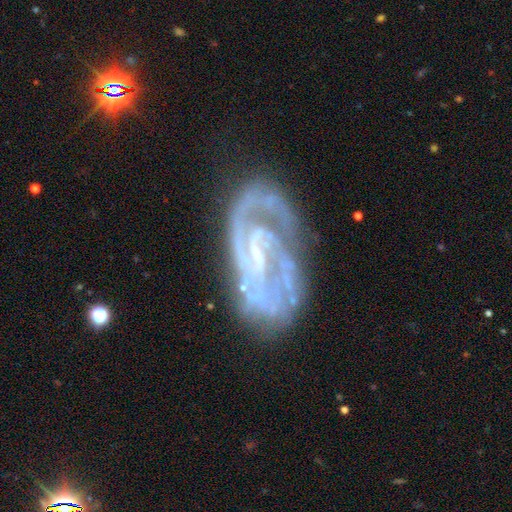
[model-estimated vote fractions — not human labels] Smooth or featured?
  - featured or disk: 86% *
  - smooth: 7%
  - star or artifact: 6%
Edge-on disk?
  - no: 96% *
  - yes: 4%
Bar?
  - weak: 44% *
  - no: 36%
  - strong: 20%
Spiral arms?
  - yes: 92% *
  - no: 8%
Spiral winding?
  - tight: 48% *
  - medium: 40%
  - loose: 12%
Spiral arm count?
  - 2: 48% *
  - can't tell: 21%
  - 3: 15%
  - 1: 8%
  - 4: 5%
  - more than 4: 4%
Bulge size?
  - small: 61% *
  - none: 22%
  - moderate: 15%
  - large: 1%
  - dominant: 1%
Merging?
  - none: 61% *
  - minor disturbance: 20%
  - major disturbance: 15%
  - merger: 4%